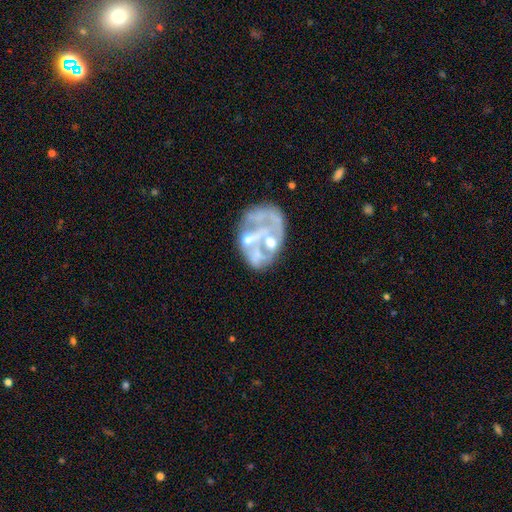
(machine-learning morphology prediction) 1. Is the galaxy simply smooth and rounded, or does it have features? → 70% featured or disk, 18% smooth, 12% star or artifact.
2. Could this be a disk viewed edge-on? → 98% no, 2% yes.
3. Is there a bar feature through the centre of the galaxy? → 80% no, 14% weak, 6% strong.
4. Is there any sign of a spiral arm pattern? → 80% no, 20% yes.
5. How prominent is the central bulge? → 43% none, 34% moderate, 15% small, 5% large, 2% dominant.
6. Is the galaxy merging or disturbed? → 31% none (tied), 31% major disturbance (tied), 22% merger, 15% minor disturbance.